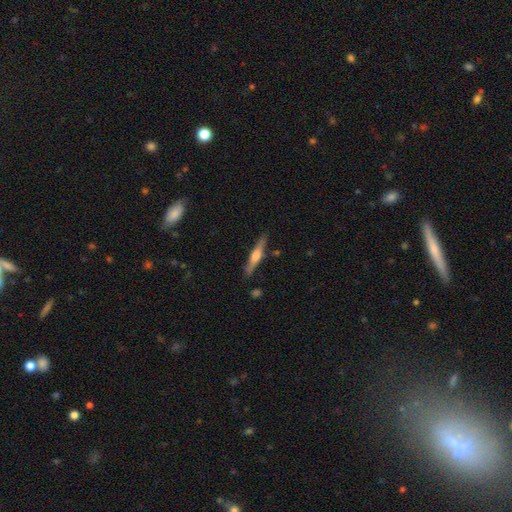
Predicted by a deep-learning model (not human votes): This appears to be a featured or disk galaxy (64%) viewed edge-on (97%) with a rounded central bulge (80%). Merging: none (85%).